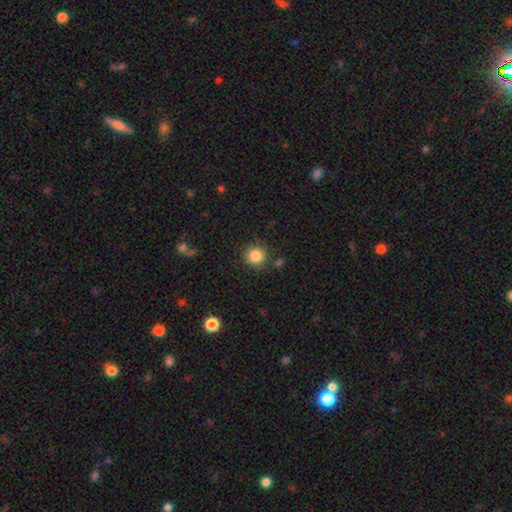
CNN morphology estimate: This appears to be a smooth galaxy with no disk features (85%) that is round (93%). Merging: none (86%).